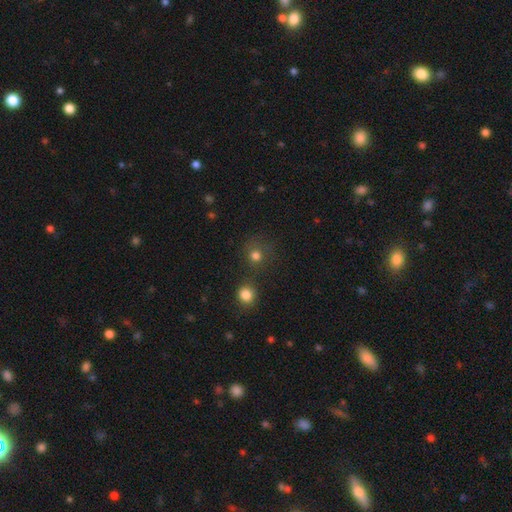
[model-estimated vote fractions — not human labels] Overall: smooth (76%). How rounded: round (87%). Merging: none (64%).